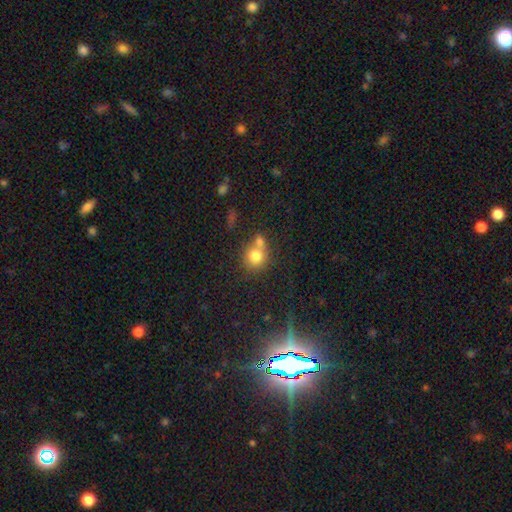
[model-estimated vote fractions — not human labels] smooth_or_featured: smooth (p=0.77) [alt: featured or disk p=0.12]
how_rounded: round (p=0.84) [alt: in between p=0.15]
merging: none (p=0.44) [alt: merger p=0.43]